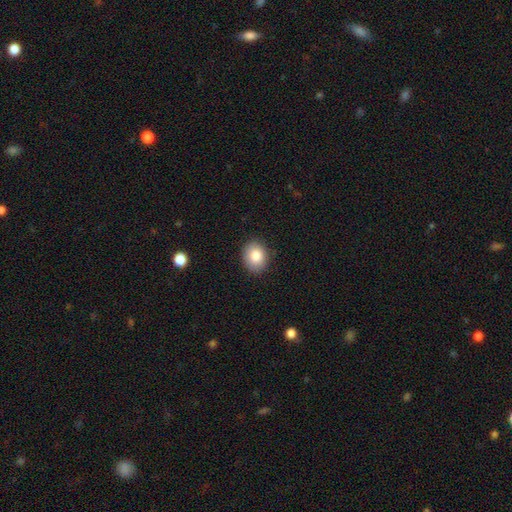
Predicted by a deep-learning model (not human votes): smooth_or_featured: smooth (p=0.85) [alt: star or artifact p=0.08]
how_rounded: round (p=0.50) [alt: in between p=0.49]
merging: none (p=0.87) [alt: minor disturbance p=0.10]